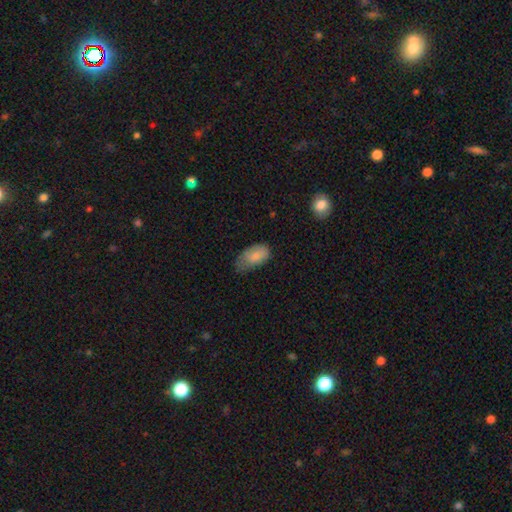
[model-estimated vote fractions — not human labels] Morphology: type=smooth (84%); roundness=in between (94%); merging=minor disturbance (43%).